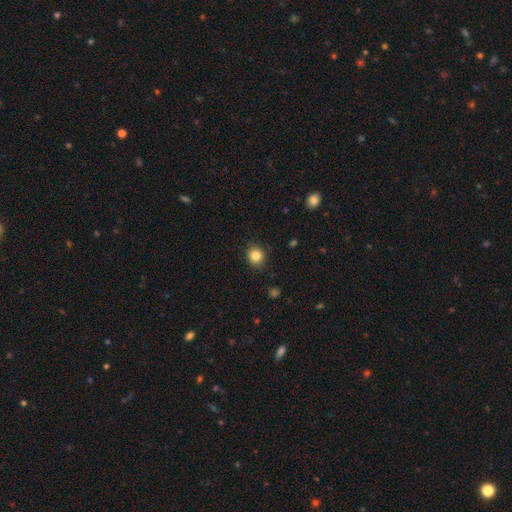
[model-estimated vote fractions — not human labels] A smooth galaxy with no disk features (84%) that is round (87%). Merging: none (89%).